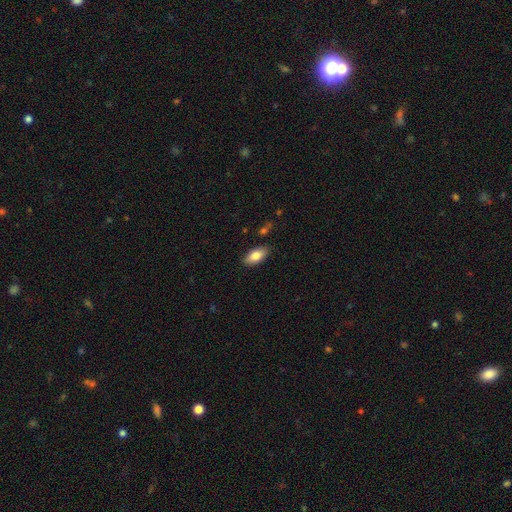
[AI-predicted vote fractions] Overall: smooth (81%). How rounded: in between (90%). Merging: none (86%).